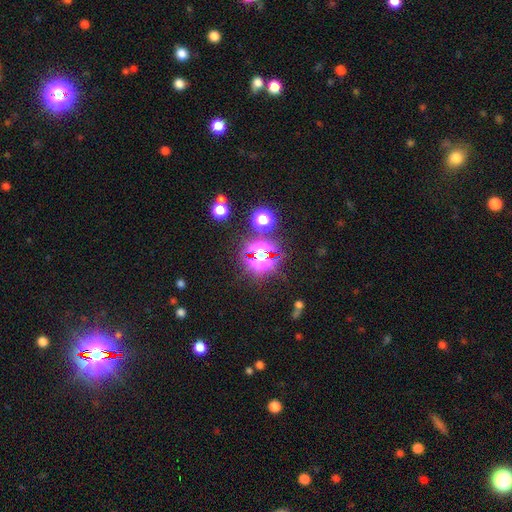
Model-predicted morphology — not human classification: smooth_or_featured: star or artifact (p=0.68) [alt: smooth p=0.22]